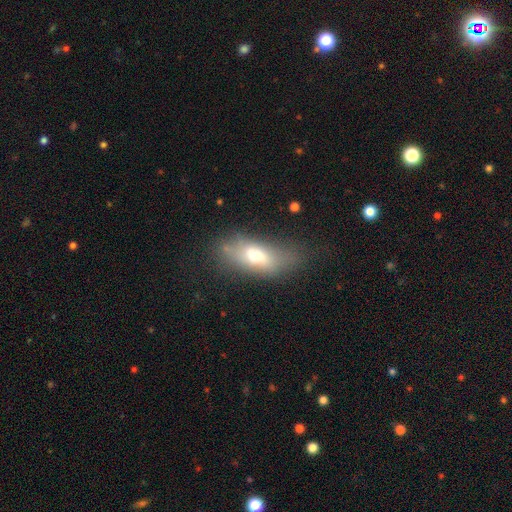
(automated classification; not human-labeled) smooth-or-featured: smooth: 63% | featured or disk: 27% | star or artifact: 10%
  how-rounded: in between: 78% | cigar-shaped: 18% | round: 4%
  merging: none: 56% | minor disturbance: 26% | major disturbance: 15% | merger: 3%